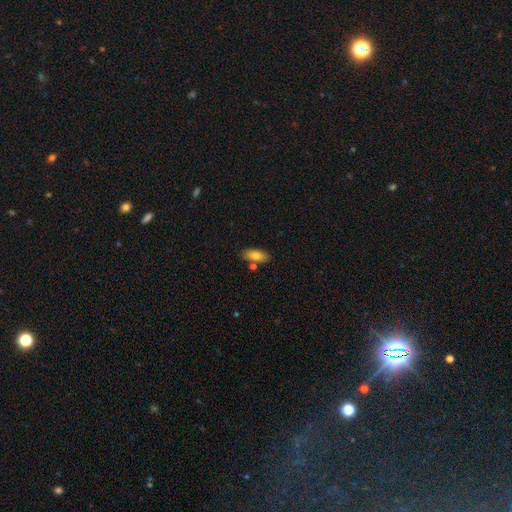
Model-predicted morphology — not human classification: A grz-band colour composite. It shows a smooth galaxy with no disk features (76%) that is in between round and cigar-shaped (82%). Merging: none (77%).